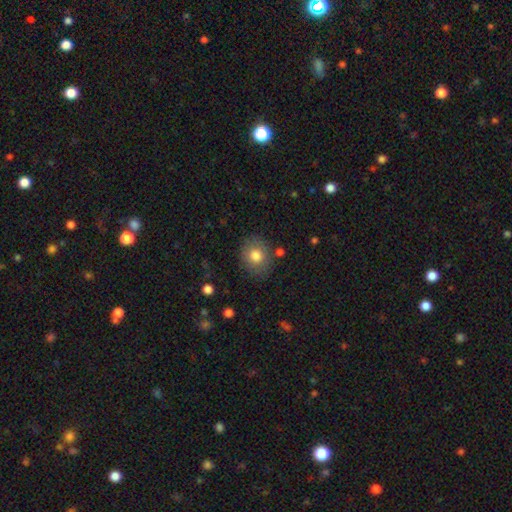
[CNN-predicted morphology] Smooth or featured: smooth — 78% (featured or disk — 13%)
How rounded: round — 66% (in between — 34%)
Merging: none — 82% (minor disturbance — 12%)